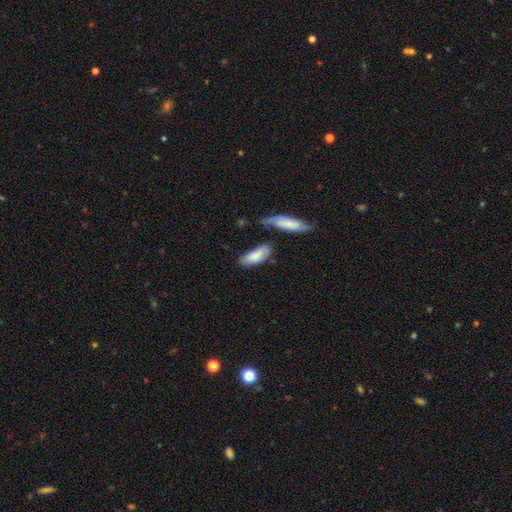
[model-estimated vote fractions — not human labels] This is likely a smooth galaxy (79%). How rounded: likely in between (78%). Merging: marginally none (43%).